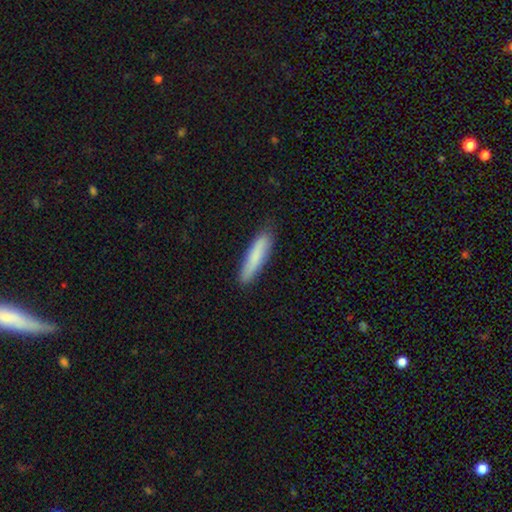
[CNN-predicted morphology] The model was most divided on "smooth or featured": smooth: 82%, featured or disk: 12%, star or artifact: 6%. More confident: merging — none (85%); how rounded — cigar-shaped (85%).